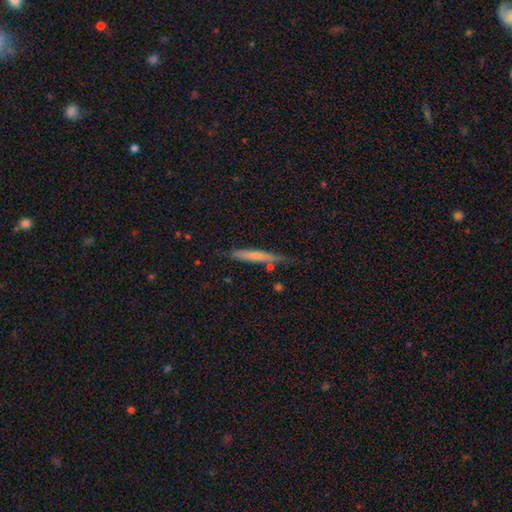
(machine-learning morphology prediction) smooth_or_featured: smooth (p=0.58) [alt: featured or disk p=0.35]
how_rounded: cigar-shaped (p=0.94) [alt: in between p=0.04]
merging: none (p=0.74) [alt: minor disturbance p=0.18]